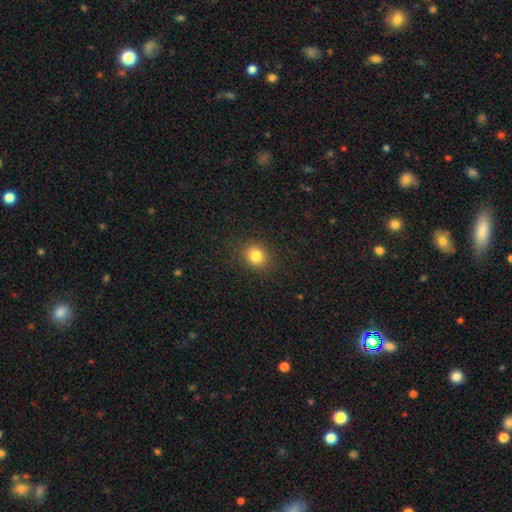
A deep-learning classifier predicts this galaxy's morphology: smooth-or-featured: smooth: 83% | star or artifact: 12% | featured or disk: 5%
  how-rounded: round: 71% | in between: 28% | cigar-shaped: 1%
  merging: none: 89% | minor disturbance: 8% | major disturbance: 3% | merger: 1%